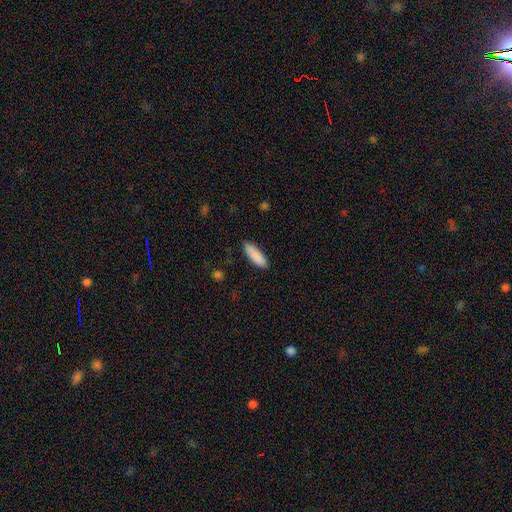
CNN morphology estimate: The model was most divided on "how rounded": in between: 51%, cigar-shaped: 48%, round: 1%. More confident: smooth or featured — smooth (89%); merging — none (86%).